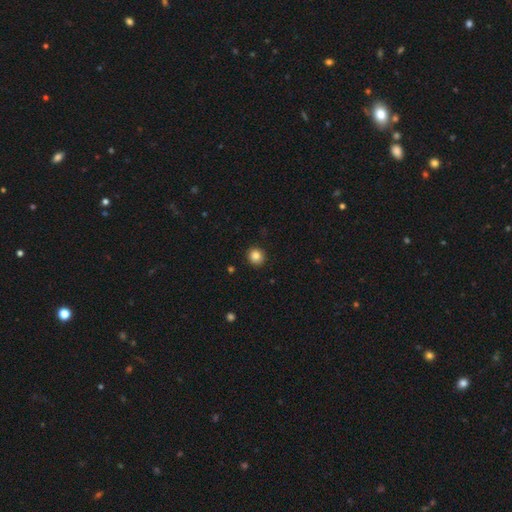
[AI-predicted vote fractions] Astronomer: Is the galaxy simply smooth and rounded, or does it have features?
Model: smooth — 85%.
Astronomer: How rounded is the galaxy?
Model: round — 90%.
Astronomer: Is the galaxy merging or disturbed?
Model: none — 91%.